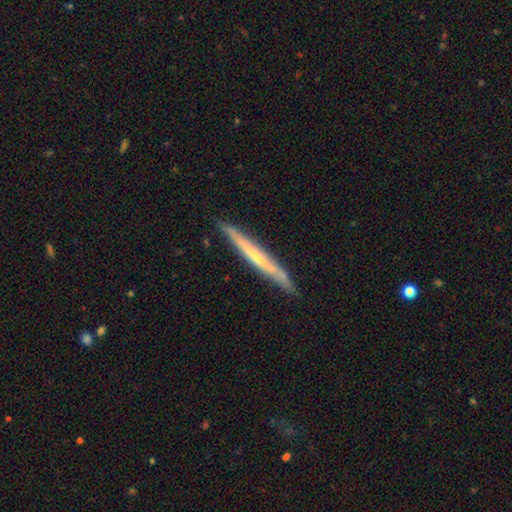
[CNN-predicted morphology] This is likely a featured or disk galaxy (60%). It is clearly viewed edge-on (94%). Edge-on bulge: likely none (61%). Merging: clearly none (84%).